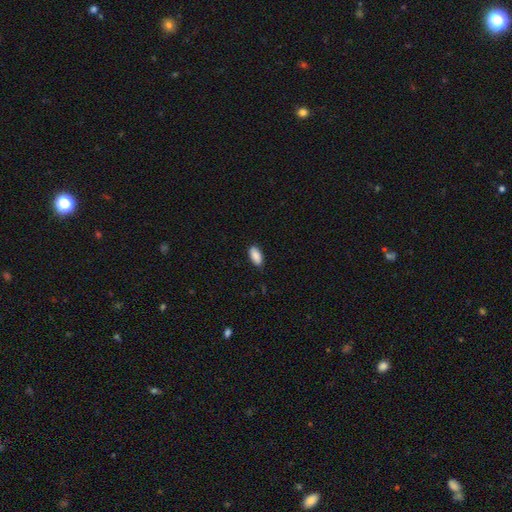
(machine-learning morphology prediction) Smooth or featured?
  - smooth: 89% *
  - star or artifact: 6%
  - featured or disk: 5%
How rounded?
  - in between: 92% *
  - cigar-shaped: 6%
  - round: 2%
Merging?
  - none: 85% *
  - minor disturbance: 12%
  - major disturbance: 2%
  - merger: 1%